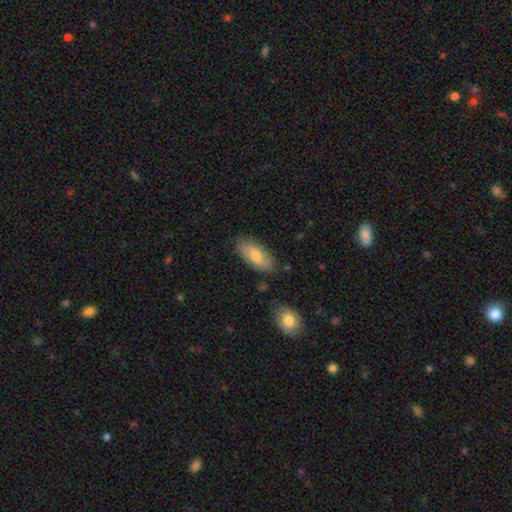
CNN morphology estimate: Overall: smooth (58%; featured or disk 36%). How rounded: in between (89%). Merging: none (79%).